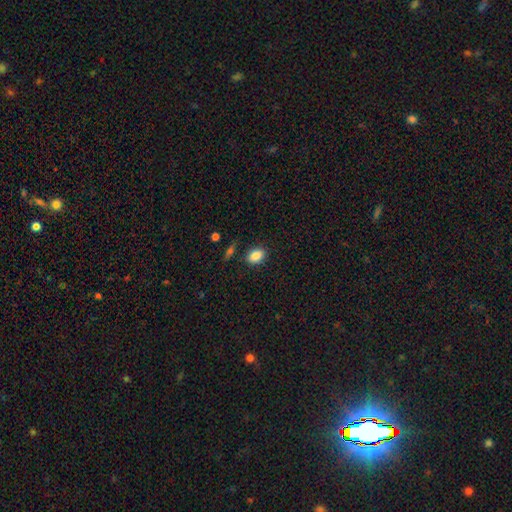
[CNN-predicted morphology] This appears to be a smooth galaxy with no disk features (86%) that is in between round and cigar-shaped (78%). Merging: none (83%).